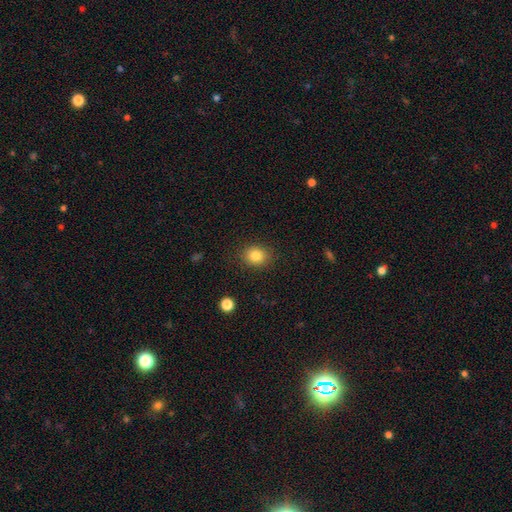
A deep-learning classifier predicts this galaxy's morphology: Smooth or featured? Predicted: smooth (p=0.83). How rounded? Predicted: round (p=0.66). Merging? Predicted: none (p=0.87).